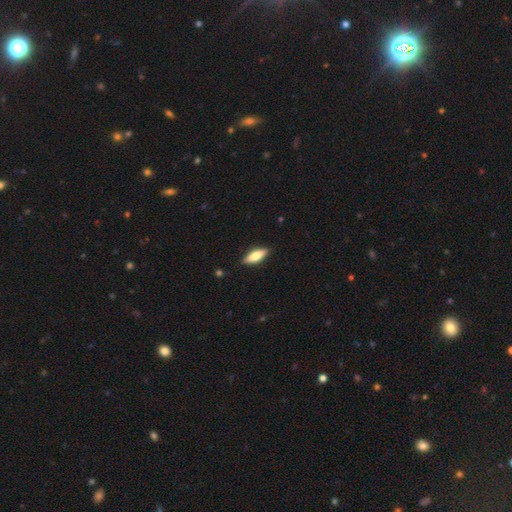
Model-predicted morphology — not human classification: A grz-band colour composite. It shows a smooth galaxy with no disk features (65%) that is in between round and cigar-shaped (58%). Merging: none (87%).